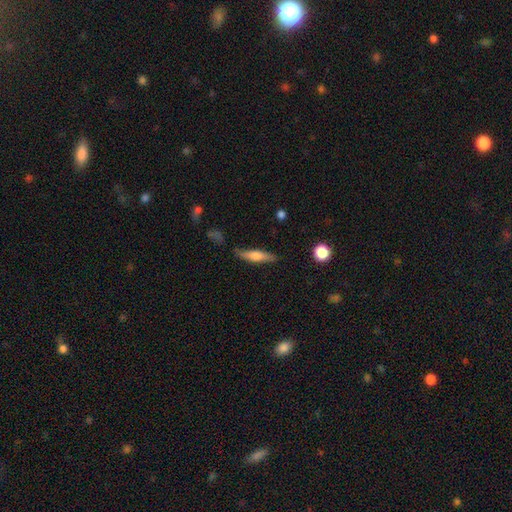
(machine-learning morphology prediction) Overall: smooth (54%; featured or disk 39%). How rounded: cigar-shaped (75%). Merging: none (78%).